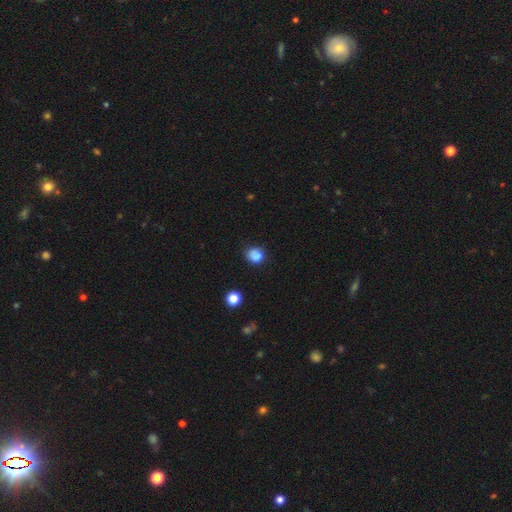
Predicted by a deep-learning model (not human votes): Smooth or featured?
  - smooth: 81% *
  - star or artifact: 11%
  - featured or disk: 8%
How rounded?
  - round: 72% *
  - in between: 27%
  - cigar-shaped: 1%
Merging?
  - none: 64% *
  - minor disturbance: 21%
  - merger: 9%
  - major disturbance: 6%